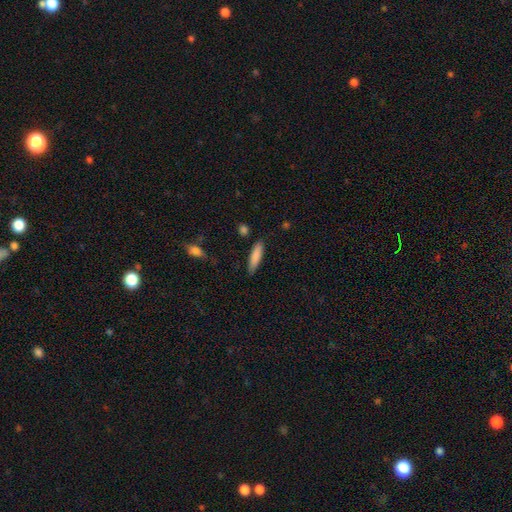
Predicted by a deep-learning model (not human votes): Smooth or featured? Predicted: smooth (p=0.84). How rounded? Predicted: cigar-shaped (p=0.72). Merging? Predicted: none (p=0.85).